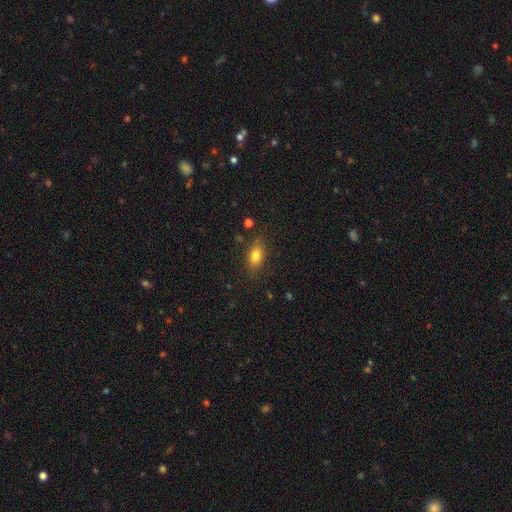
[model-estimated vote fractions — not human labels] Smooth or featured? Predicted: smooth (p=0.80). How rounded? Predicted: in between (p=0.82). Merging? Predicted: none (p=0.80).